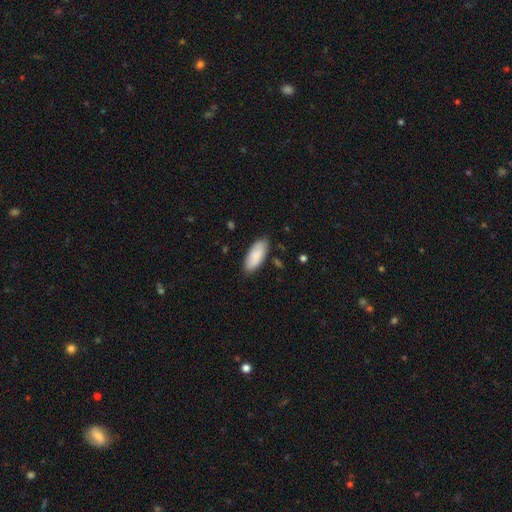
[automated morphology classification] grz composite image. It shows a smooth galaxy with no disk features (86%) that is in between round and cigar-shaped (86%). Merging: none (83%).